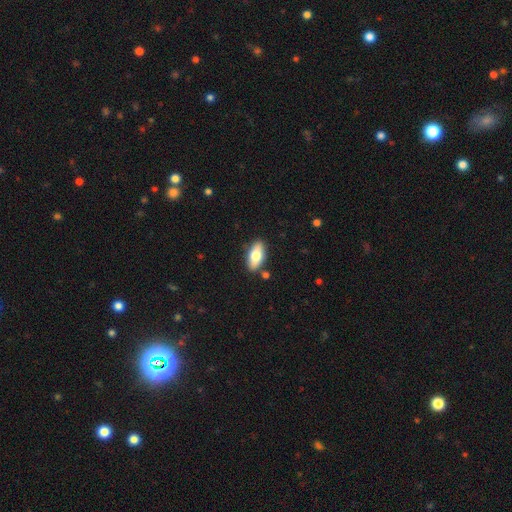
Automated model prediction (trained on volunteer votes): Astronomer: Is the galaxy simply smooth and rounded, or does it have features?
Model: smooth — 71%.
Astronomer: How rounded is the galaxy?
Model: in between — 88%.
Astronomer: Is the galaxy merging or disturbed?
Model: none — 85%.